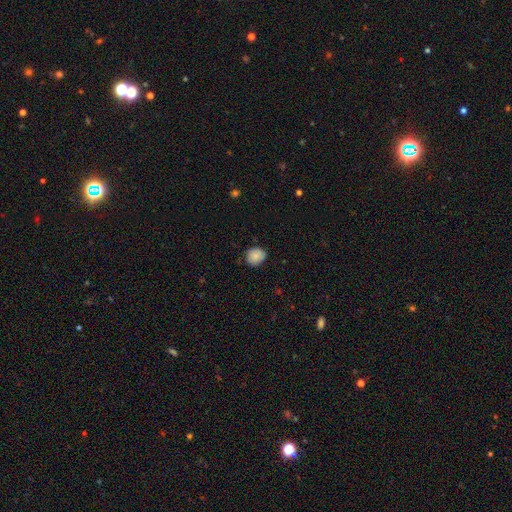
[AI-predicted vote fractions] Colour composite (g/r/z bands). It shows a smooth galaxy with no disk features (85%) that is round (71%). Merging: none (75%).